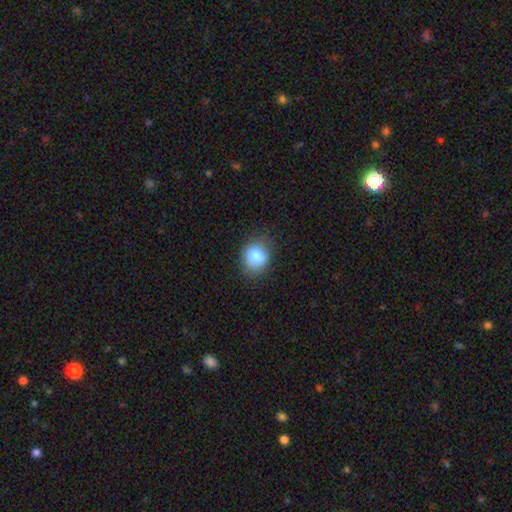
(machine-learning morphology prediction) smooth-or-featured: smooth: 82% | star or artifact: 10% | featured or disk: 8%
  how-rounded: round: 58% | in between: 41% | cigar-shaped: 1%
  merging: none: 79% | minor disturbance: 16% | major disturbance: 4% | merger: 1%